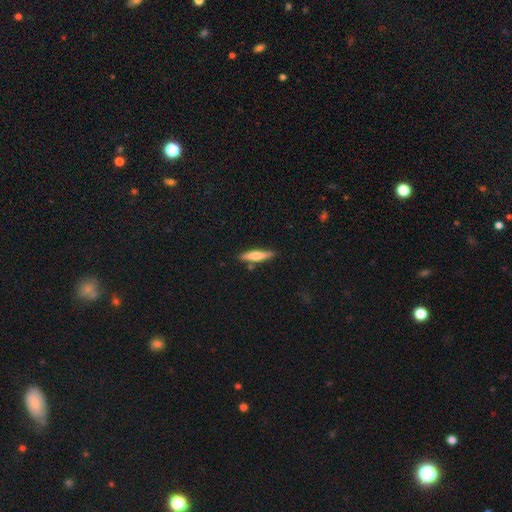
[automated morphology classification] type=smooth (64%); roundness=cigar-shaped (83%); merging=none (82%).